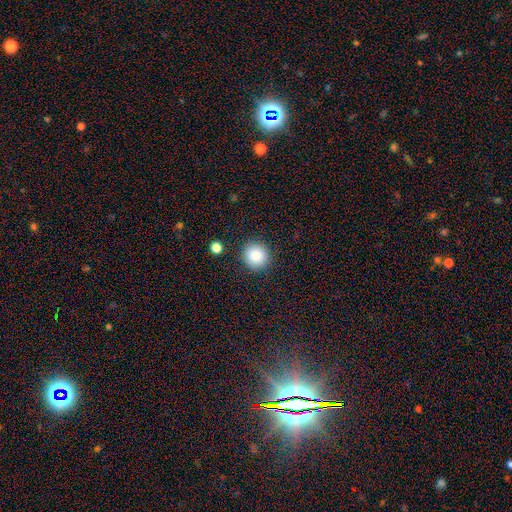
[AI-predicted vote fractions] smooth_or_featured: smooth (p=0.86) [alt: star or artifact p=0.09]
how_rounded: round (p=0.93) [alt: in between p=0.06]
merging: none (p=0.90) [alt: minor disturbance p=0.06]